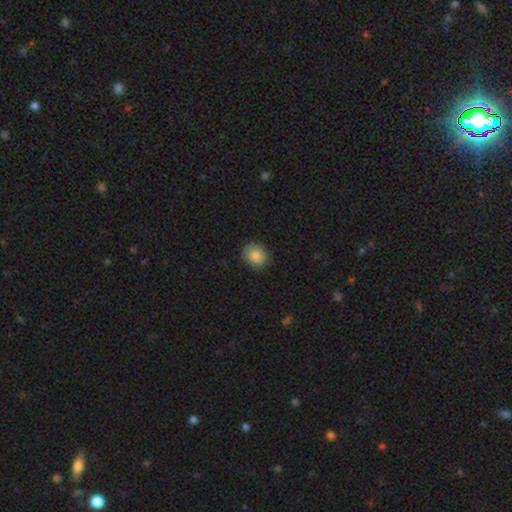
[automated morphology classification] The model was most divided on "how rounded": round: 68%, in between: 31%, cigar-shaped: 1%. More confident: smooth or featured — smooth (84%); merging — none (83%).